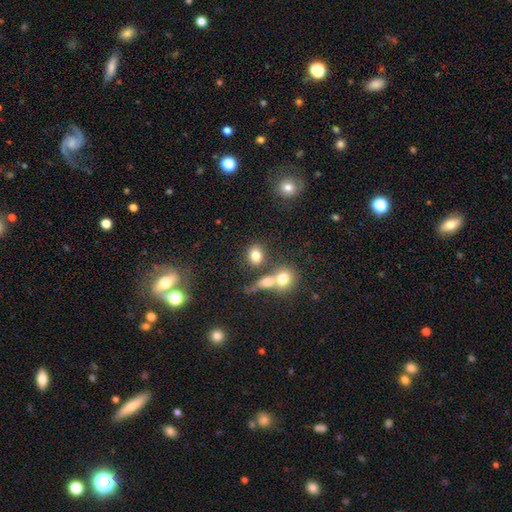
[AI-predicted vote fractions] Smooth or featured: smooth — 78% (star or artifact — 13%)
How rounded: round — 52% (in between — 46%)
Merging: none — 61% (merger — 24%)